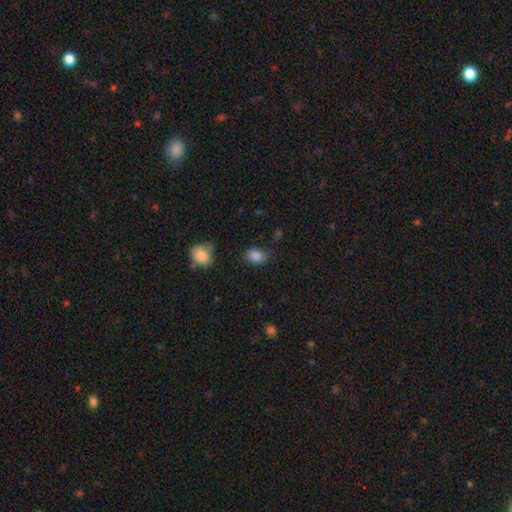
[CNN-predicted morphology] smooth 85%, star or artifact 10%, featured or disk 5%. Down the decision tree: how rounded — in between (68%); merging — none (74%).